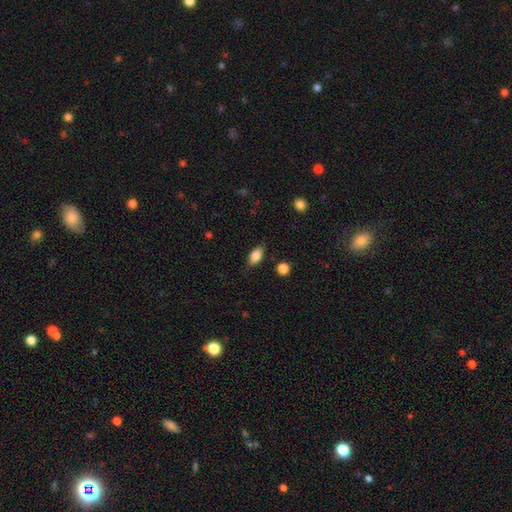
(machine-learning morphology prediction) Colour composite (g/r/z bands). It shows a smooth galaxy with no disk features (81%) that is in between round and cigar-shaped (86%). Merging: none (82%).